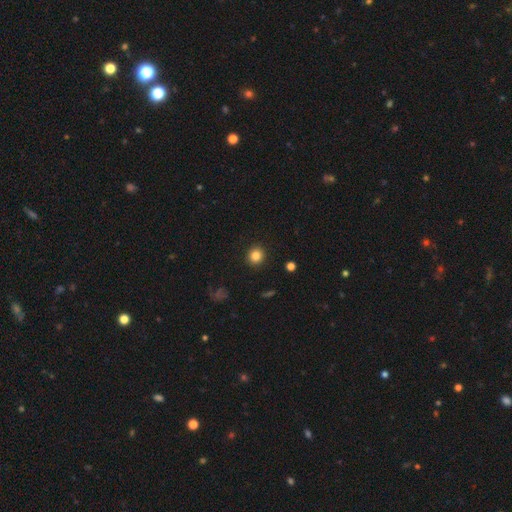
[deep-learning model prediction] This appears to be a smooth galaxy with no disk features (84%) that is round (89%). Merging: none (92%).